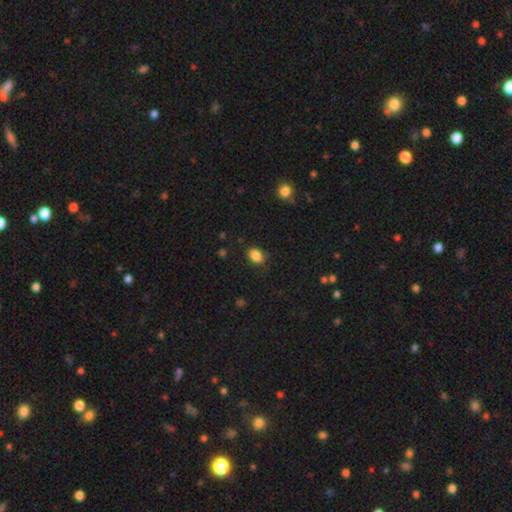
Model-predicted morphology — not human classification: A smooth galaxy with no disk features (86%) that is in between round and cigar-shaped (73%). Merging: none (81%).